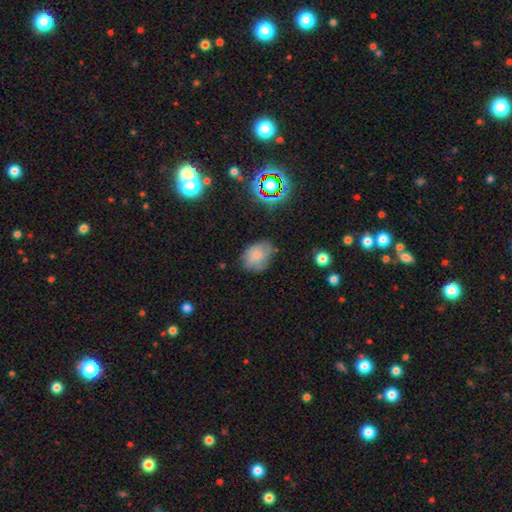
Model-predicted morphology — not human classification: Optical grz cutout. It shows a smooth galaxy with no disk features (72%) that is in between round and cigar-shaped (67%). Merging: none (63%).